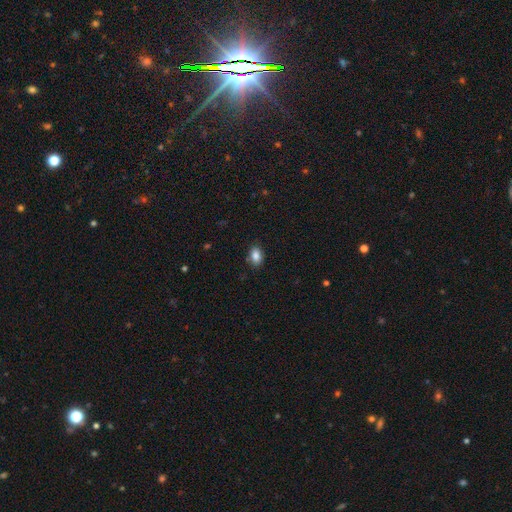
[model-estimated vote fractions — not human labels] Smooth or featured?
  - smooth: 86% *
  - star or artifact: 9%
  - featured or disk: 6%
How rounded?
  - in between: 84% *
  - round: 15%
  - cigar-shaped: 1%
Merging?
  - none: 85% *
  - minor disturbance: 11%
  - major disturbance: 2%
  - merger: 2%